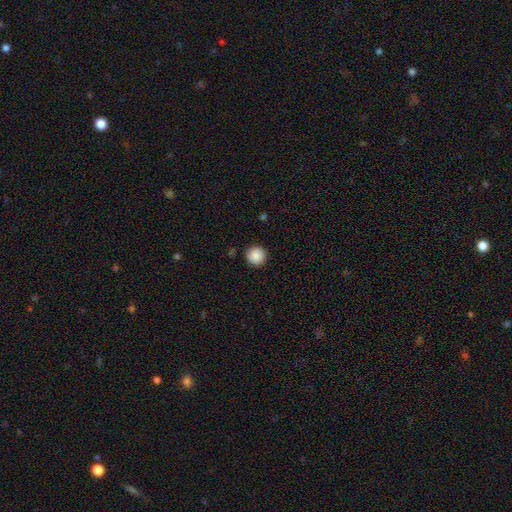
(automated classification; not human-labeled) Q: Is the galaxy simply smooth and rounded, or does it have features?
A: smooth — 88%.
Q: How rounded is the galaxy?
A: round — 95%.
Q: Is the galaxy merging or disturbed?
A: none — 91%.